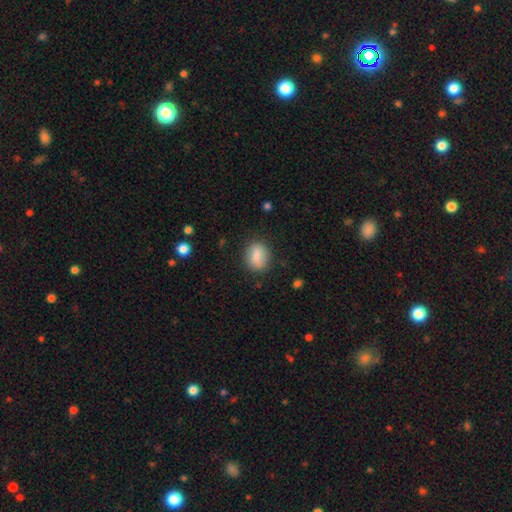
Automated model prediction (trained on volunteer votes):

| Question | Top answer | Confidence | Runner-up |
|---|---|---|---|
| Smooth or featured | smooth | 83% | featured or disk (9%) |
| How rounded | in between | 57% | round (41%) |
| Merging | none | 82% | minor disturbance (12%) |